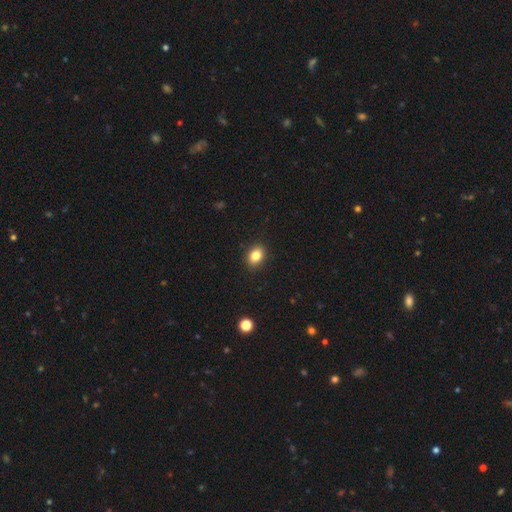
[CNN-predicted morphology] Smooth or featured: smooth — 83% (star or artifact — 10%)
How rounded: in between — 66% (round — 33%)
Merging: none — 90% (minor disturbance — 7%)